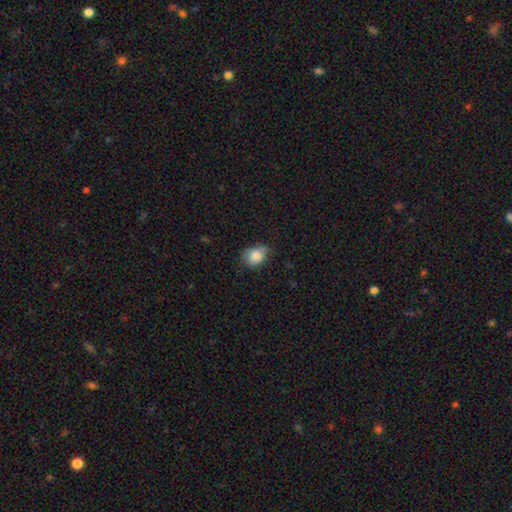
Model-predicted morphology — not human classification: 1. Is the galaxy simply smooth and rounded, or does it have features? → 83% smooth, 9% featured or disk, 8% star or artifact.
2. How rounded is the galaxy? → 59% in between, 40% round, 1% cigar-shaped.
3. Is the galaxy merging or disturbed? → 58% none, 33% minor disturbance, 7% major disturbance, 2% merger.